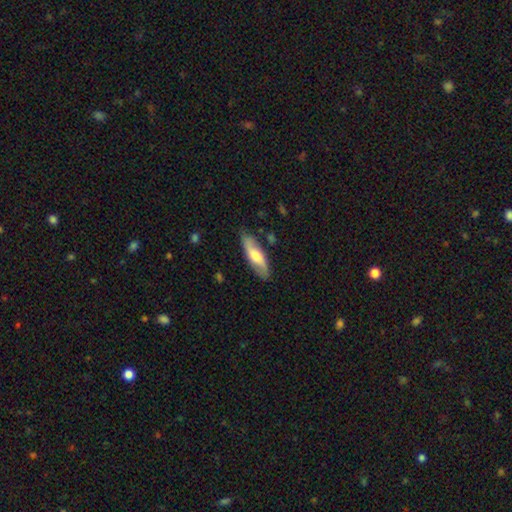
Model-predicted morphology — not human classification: type=smooth (50%); roundness=in between (51%); merging=none (82%).